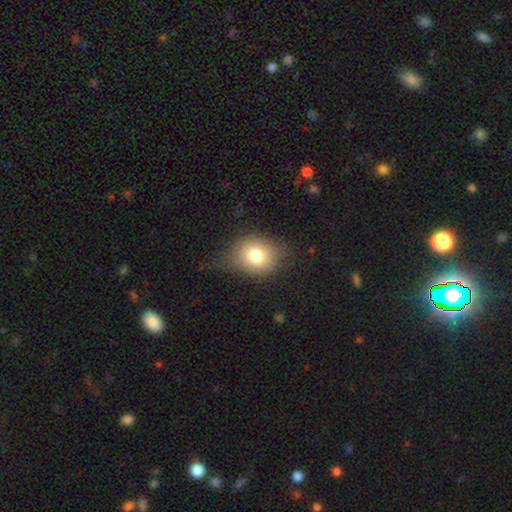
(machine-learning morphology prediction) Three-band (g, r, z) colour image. It shows a smooth galaxy with no disk features (79%) that is round (57%). Merging: none (61%).